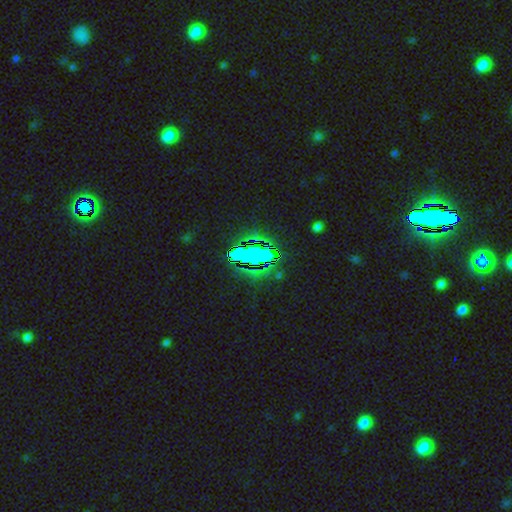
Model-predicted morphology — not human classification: This is likely a star or artifact rather than a galaxy (75%).